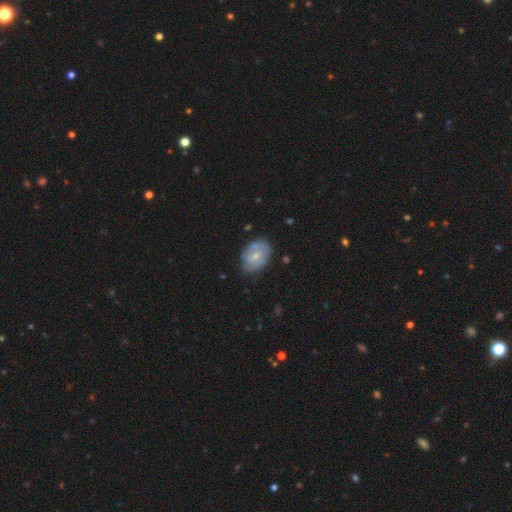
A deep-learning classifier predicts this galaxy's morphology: Smooth or featured? featured or disk (53%)
Edge-on disk? no (96%)
Bar? no (67%)
Spiral arms? yes (68%)
Bulge size? small (53%)
Merging? none (68%)